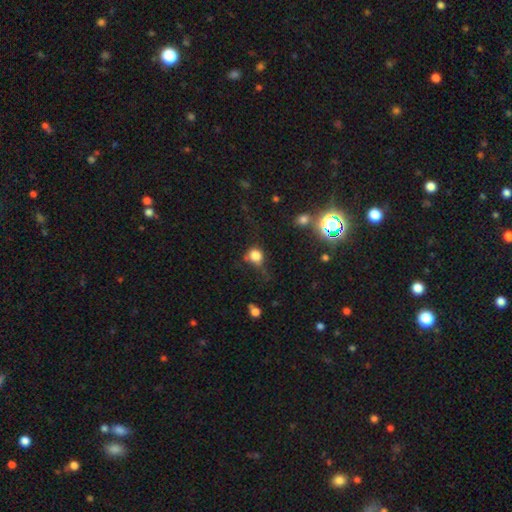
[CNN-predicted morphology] smooth_or_featured: smooth (p=0.74) [alt: star or artifact p=0.15]
how_rounded: round (p=0.75) [alt: in between p=0.23]
merging: none (p=0.46) [alt: minor disturbance p=0.27]